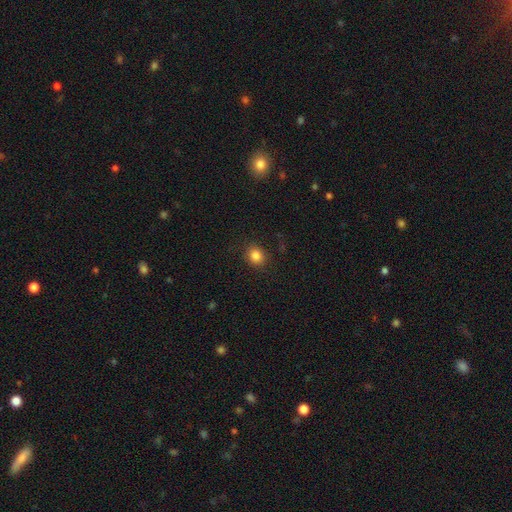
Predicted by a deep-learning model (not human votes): Morphology: type=smooth (84%); roundness=round (71%); merging=none (87%).